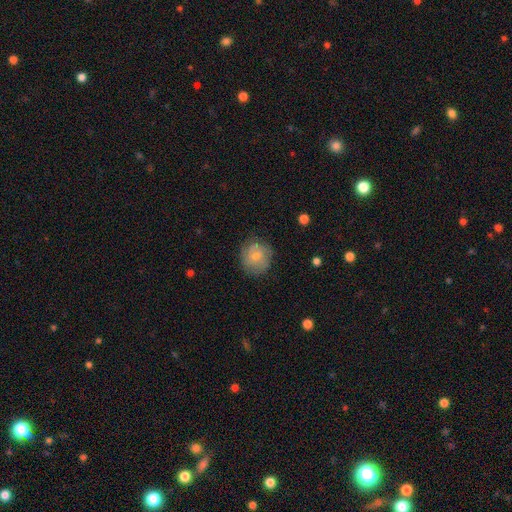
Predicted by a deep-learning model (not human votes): Q: Smooth or featured?
A: smooth (63%); runner-up: featured or disk (29%)
Q: How rounded?
A: round (84%); runner-up: in between (15%)
Q: Merging?
A: none (72%); runner-up: minor disturbance (20%)